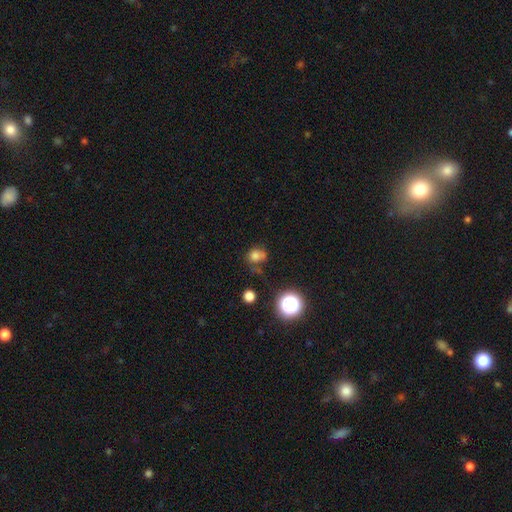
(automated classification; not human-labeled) Smooth or featured: smooth — 71% (star or artifact — 18%)
How rounded: round — 62% (in between — 37%)
Merging: none — 50% (minor disturbance — 23%)